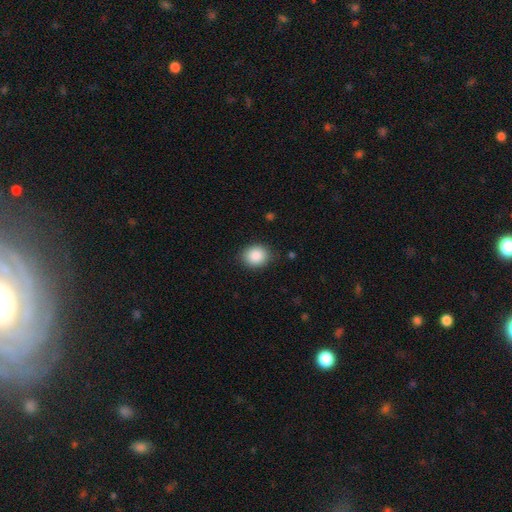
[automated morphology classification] This is clearly a smooth galaxy (88%). How rounded: likely round (62%). Merging: clearly none (86%).